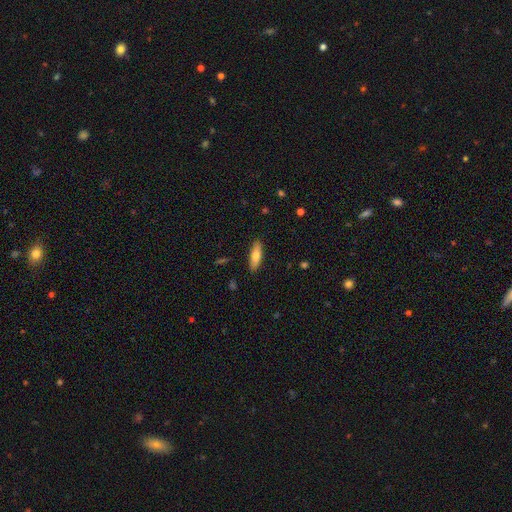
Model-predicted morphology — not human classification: A smooth galaxy with no disk features (70%) that is cigar-shaped (53%). Merging: none (89%).